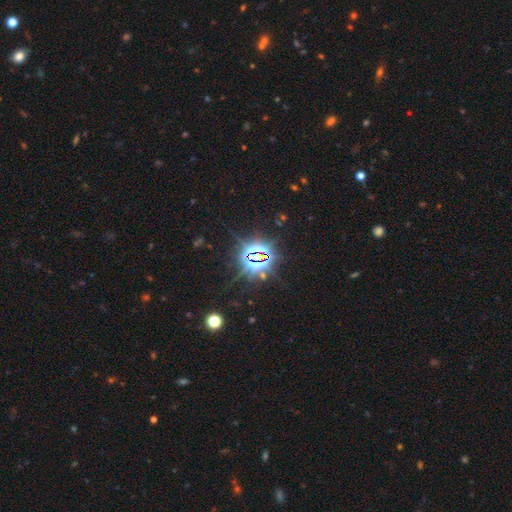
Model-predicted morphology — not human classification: Smooth or featured? star or artifact (85%)